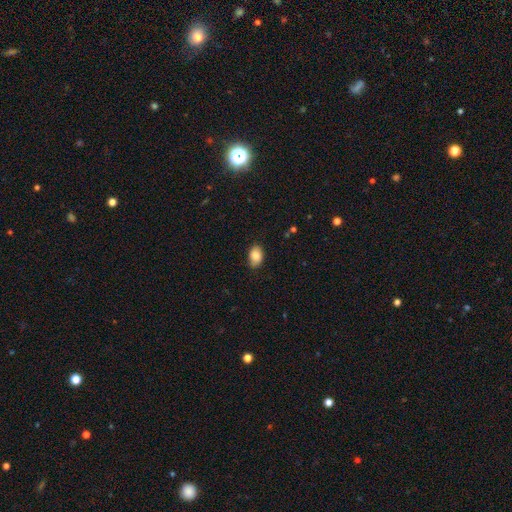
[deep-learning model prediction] smooth 86%, star or artifact 8%, featured or disk 6%. Down the decision tree: how rounded — in between (86%); merging — none (79%).